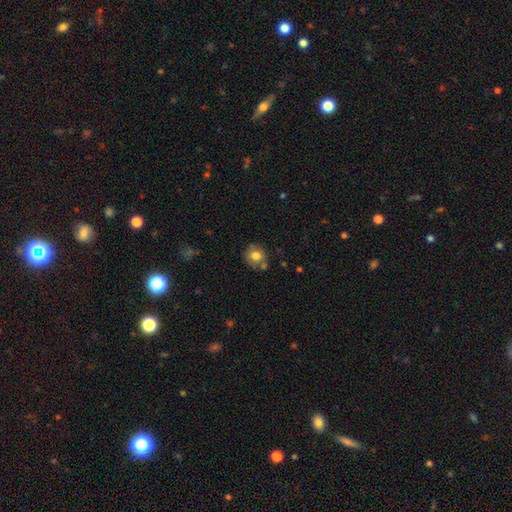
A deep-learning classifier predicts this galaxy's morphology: Smooth or featured? Predicted: smooth (p=0.77). How rounded? Predicted: round (p=0.82). Merging? Predicted: none (p=0.71).